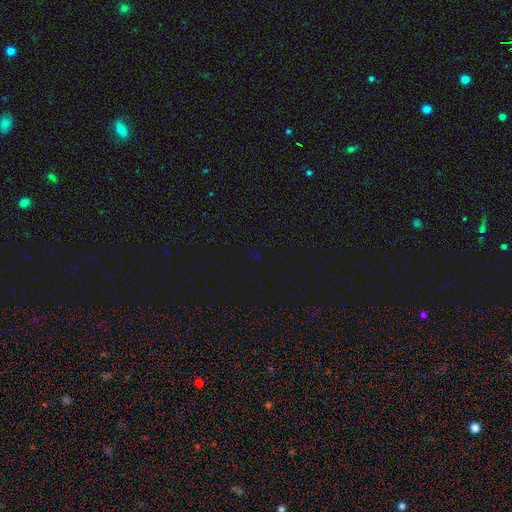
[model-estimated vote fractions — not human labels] Smooth or featured: star or artifact — 73% (smooth — 21%)